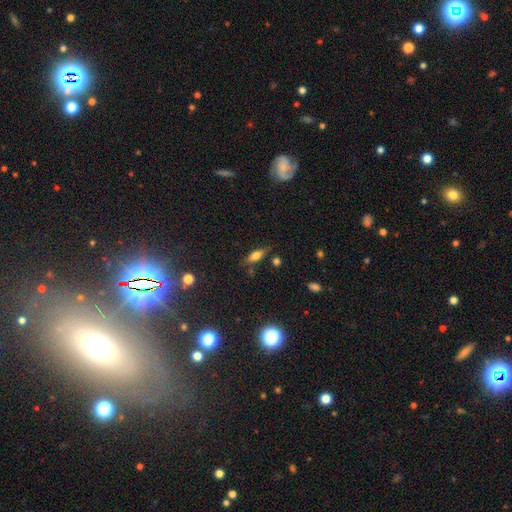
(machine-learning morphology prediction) The model was most divided on "how rounded": in between: 65%, cigar-shaped: 32%, round: 4%. More confident: merging — none (75%); smooth or featured — smooth (65%).